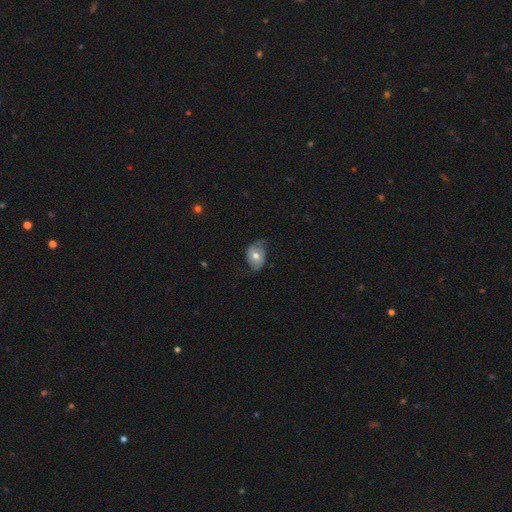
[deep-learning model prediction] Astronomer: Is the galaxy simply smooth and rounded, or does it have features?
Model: featured or disk — 52% (runner-up: smooth, 40%).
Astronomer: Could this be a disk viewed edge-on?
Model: no — 95%.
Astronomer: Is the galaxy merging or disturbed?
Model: none — 54% (runner-up: minor disturbance, 30%).